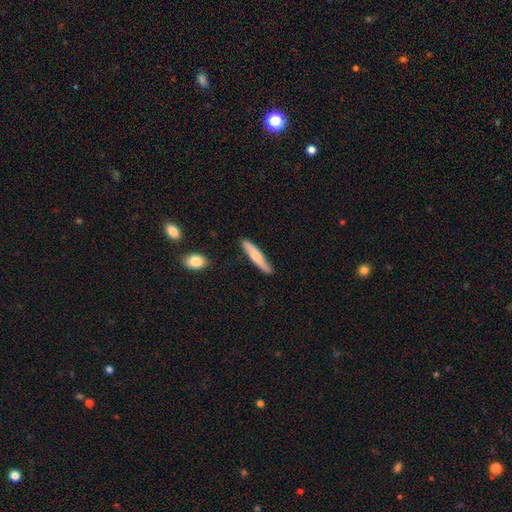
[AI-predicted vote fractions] Smooth or featured: smooth — 64% (featured or disk — 31%)
How rounded: cigar-shaped — 89% (in between — 9%)
Merging: none — 85% (minor disturbance — 11%)